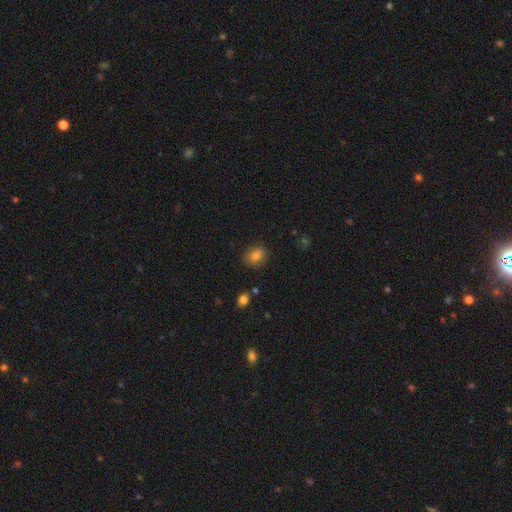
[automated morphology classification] Smooth or featured? smooth (82%)
How rounded? in between (65%)
Merging? none (82%)